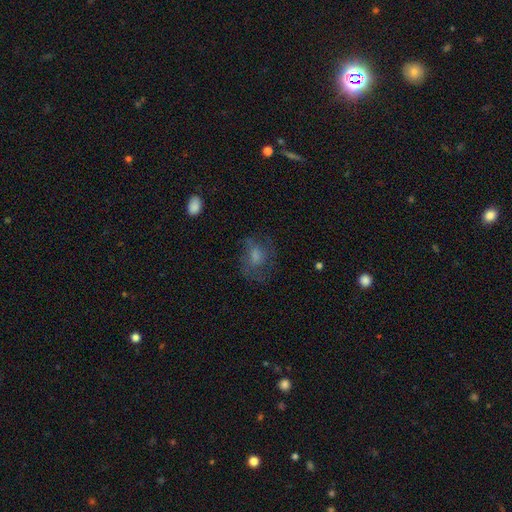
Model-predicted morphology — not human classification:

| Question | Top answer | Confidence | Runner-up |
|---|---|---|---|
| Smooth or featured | featured or disk | 44% | smooth (38%) |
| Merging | none | 60% | minor disturbance (20%) |